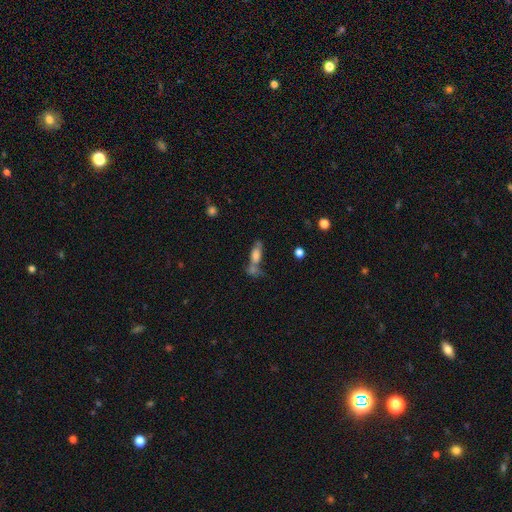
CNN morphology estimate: smooth_or_featured: smooth (p=0.53) [alt: featured or disk p=0.31]
how_rounded: in between (p=0.59) [alt: cigar-shaped p=0.35]
merging: merger (p=0.40) [alt: none p=0.36]